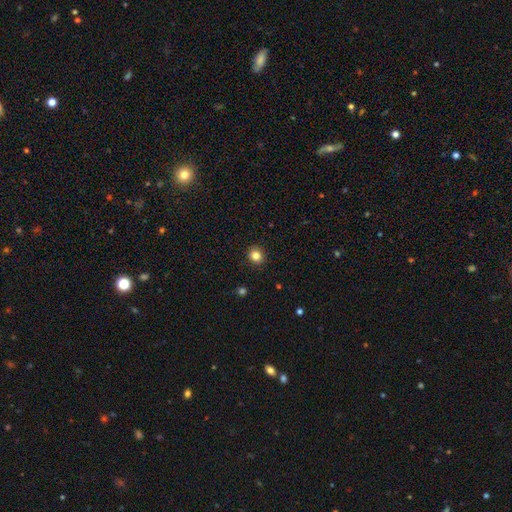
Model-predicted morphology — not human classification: smooth_or_featured: smooth (p=0.84) [alt: star or artifact p=0.11]
how_rounded: round (p=0.83) [alt: in between p=0.16]
merging: none (p=0.91) [alt: minor disturbance p=0.06]